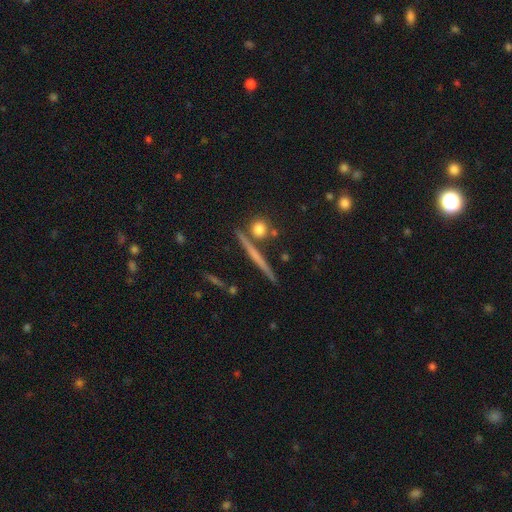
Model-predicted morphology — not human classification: smooth_or_featured: featured or disk (p=0.60) [alt: smooth p=0.31]
disk_edge_on: yes (p=0.97) [alt: no p=0.03]
edge_on_bulge: none (p=0.78) [alt: rounded p=0.16]
merging: none (p=0.88) [alt: minor disturbance p=0.06]